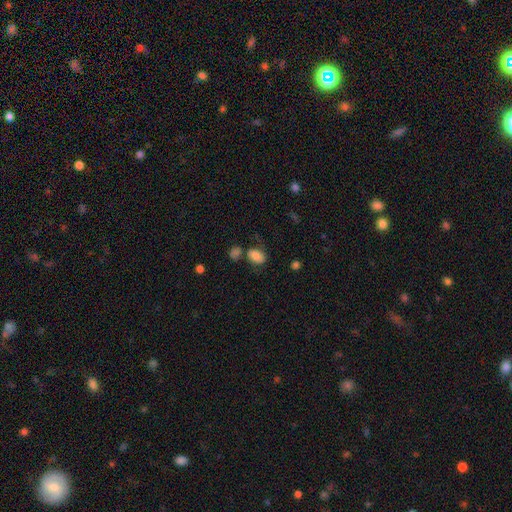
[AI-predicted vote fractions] smooth-or-featured: smooth: 74% | featured or disk: 16% | star or artifact: 10%
  how-rounded: in between: 84% | round: 14% | cigar-shaped: 1%
  merging: none: 48% | minor disturbance: 20% | merger: 20% | major disturbance: 12%